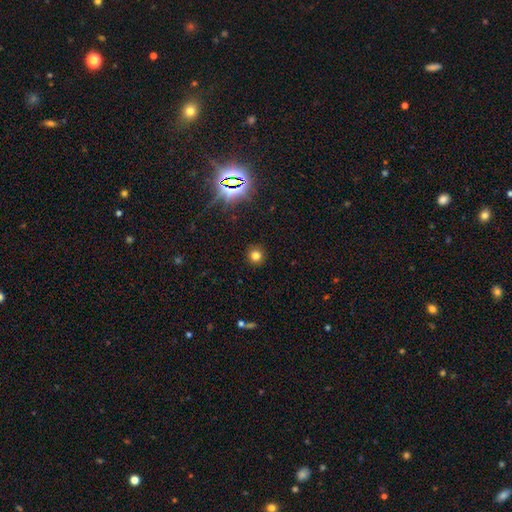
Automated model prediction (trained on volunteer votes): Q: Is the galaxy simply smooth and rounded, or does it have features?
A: smooth — 76%.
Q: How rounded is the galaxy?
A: round — 92%.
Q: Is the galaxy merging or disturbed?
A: none — 90%.